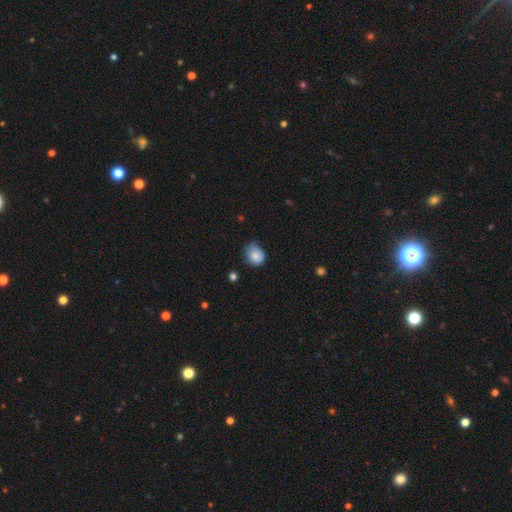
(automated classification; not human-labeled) This appears to be a smooth galaxy with no disk features (81%) that is round (59%). Merging: none (47%).